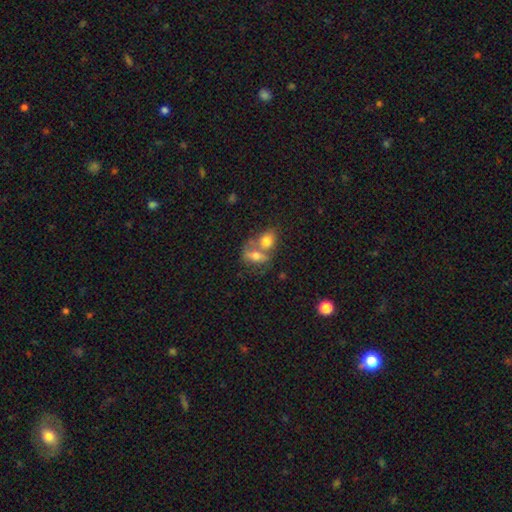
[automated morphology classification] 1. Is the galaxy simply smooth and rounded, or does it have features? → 61% smooth, 28% featured or disk, 10% star or artifact.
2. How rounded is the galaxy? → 69% in between, 24% round, 7% cigar-shaped.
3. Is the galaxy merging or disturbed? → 56% merger, 28% none, 9% minor disturbance, 6% major disturbance.